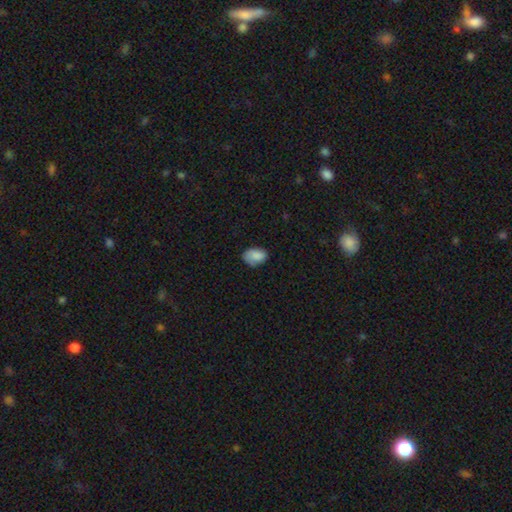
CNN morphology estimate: smooth 79%, featured or disk 13%, star or artifact 8%. Down the decision tree: how rounded — in between (83%); merging — none (63%).